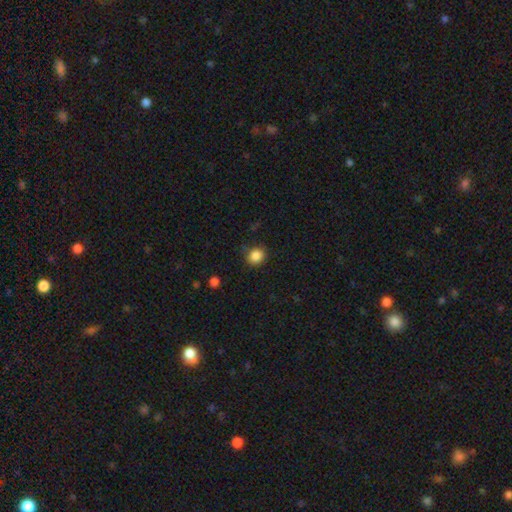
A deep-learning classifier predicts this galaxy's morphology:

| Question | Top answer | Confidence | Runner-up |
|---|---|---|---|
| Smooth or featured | smooth | 86% | star or artifact (10%) |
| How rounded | round | 76% | in between (23%) |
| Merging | none | 85% | minor disturbance (10%) |